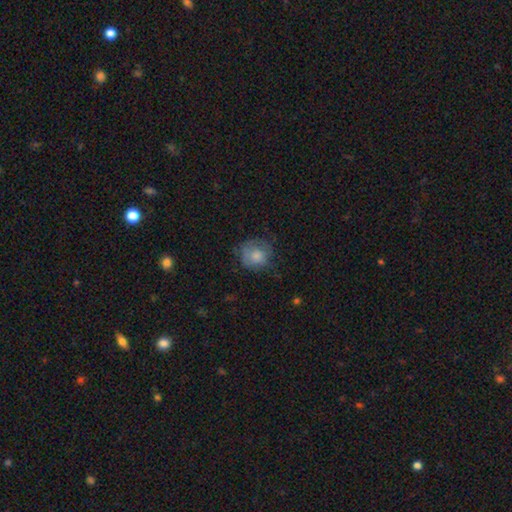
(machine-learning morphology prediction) type=smooth (72%); roundness=round (81%); merging=none (57%).